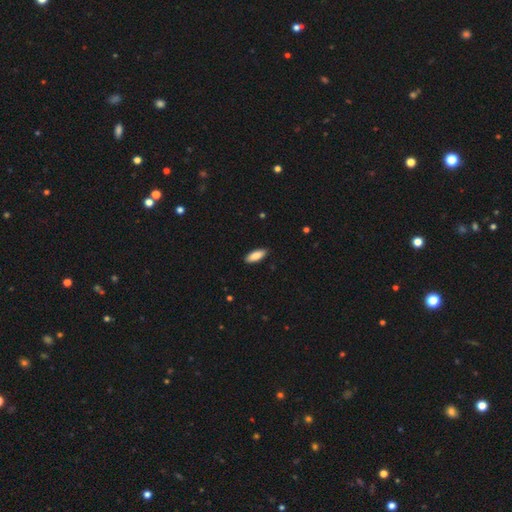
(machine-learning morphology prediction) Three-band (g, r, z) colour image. It shows a smooth galaxy with no disk features (86%) that is in between round and cigar-shaped (75%). Merging: none (89%).